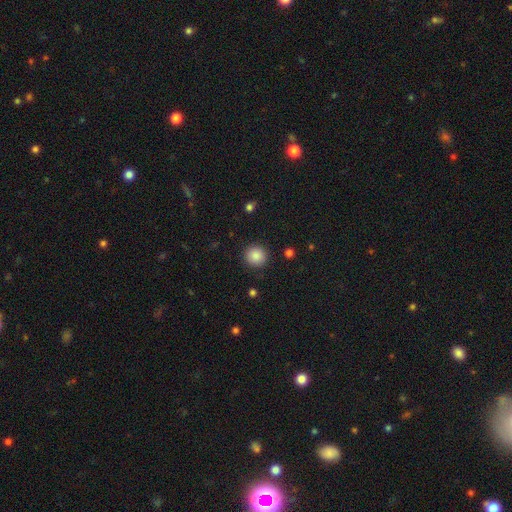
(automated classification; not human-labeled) A smooth galaxy with no disk features (87%) that is round (93%).

Vote fractions:
- Smooth or featured? smooth: 87% / star or artifact: 9% / featured or disk: 4%
- How rounded? round: 93% / in between: 6% / cigar-shaped: 1%
- Merging? none: 91% / minor disturbance: 6% / major disturbance: 2% / merger: 1%